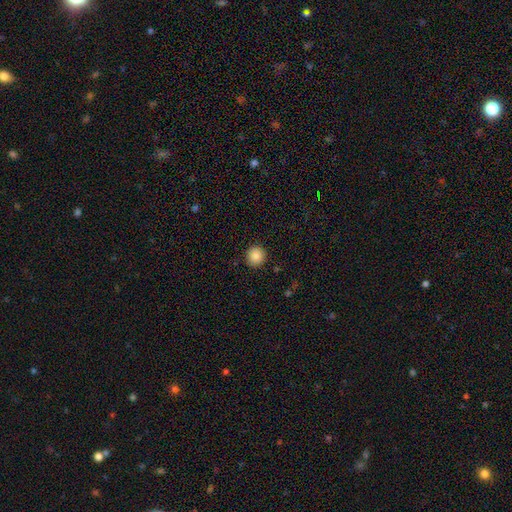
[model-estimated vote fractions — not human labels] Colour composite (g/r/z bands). It shows a smooth galaxy with no disk features (87%) that is round (93%). Merging: none (91%).